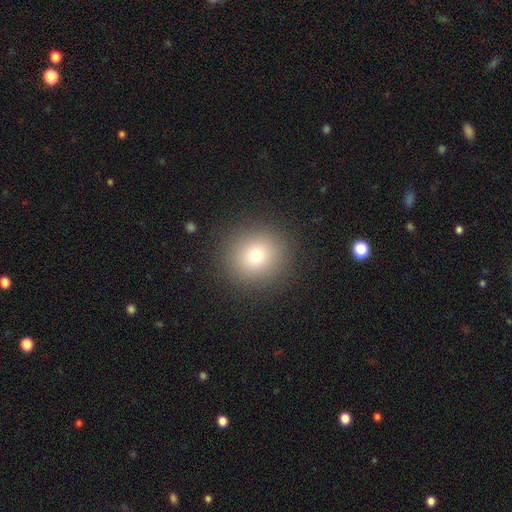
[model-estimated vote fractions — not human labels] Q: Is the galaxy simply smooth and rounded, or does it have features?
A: smooth — 80%.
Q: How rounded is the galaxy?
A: round — 91%.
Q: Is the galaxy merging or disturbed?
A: none — 90%.